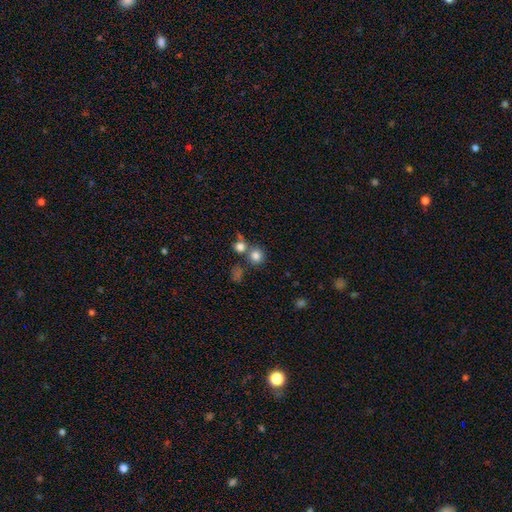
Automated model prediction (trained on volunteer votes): smooth-or-featured: smooth: 79% | star or artifact: 12% | featured or disk: 8%
  how-rounded: round: 89% | in between: 10% | cigar-shaped: 1%
  merging: none: 61% | merger: 27% | minor disturbance: 8% | major disturbance: 4%